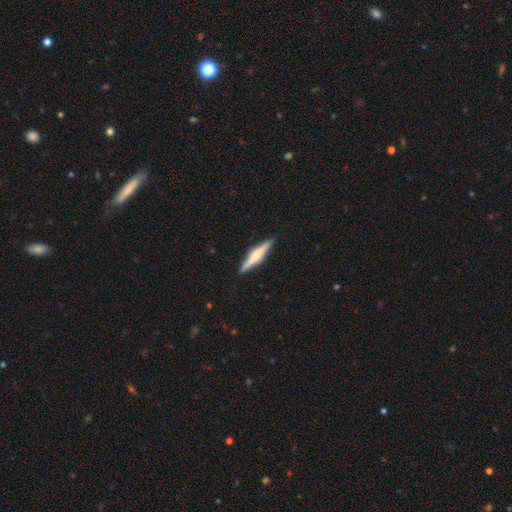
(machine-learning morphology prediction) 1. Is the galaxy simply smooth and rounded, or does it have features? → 56% featured or disk, 38% smooth, 6% star or artifact.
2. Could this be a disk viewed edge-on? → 97% yes, 3% no.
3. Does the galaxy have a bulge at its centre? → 80% rounded, 10% boxy, 10% none.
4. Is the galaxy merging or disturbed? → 90% none, 7% minor disturbance, 1% major disturbance, 1% merger.